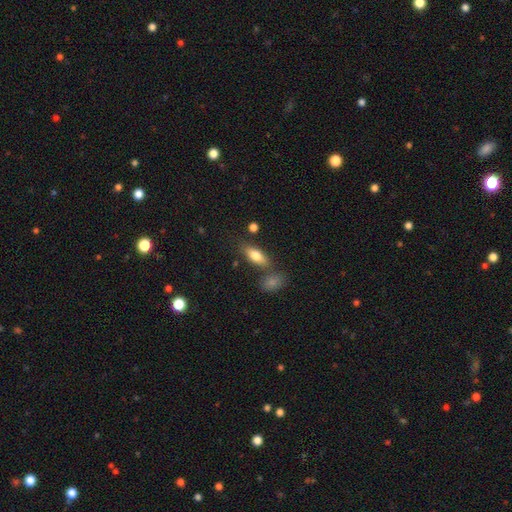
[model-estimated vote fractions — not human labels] smooth-or-featured: smooth: 74% | featured or disk: 19% | star or artifact: 7%
  how-rounded: in between: 75% | cigar-shaped: 21% | round: 4%
  merging: none: 70% | minor disturbance: 14% | merger: 12% | major disturbance: 4%